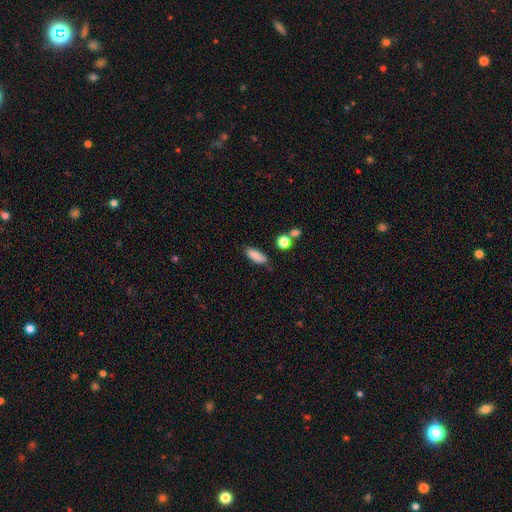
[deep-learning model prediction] Smooth or featured: smooth — 87% (star or artifact — 8%)
How rounded: in between — 69% (cigar-shaped — 28%)
Merging: none — 78% (minor disturbance — 15%)